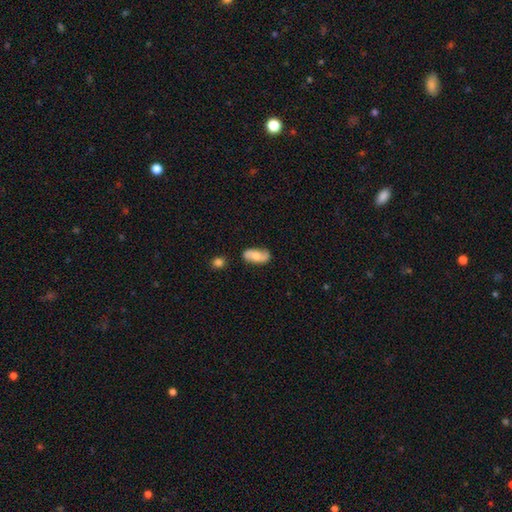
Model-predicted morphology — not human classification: A smooth galaxy with no disk features (56%) that is in between round and cigar-shaped (88%). Merging: none (75%).